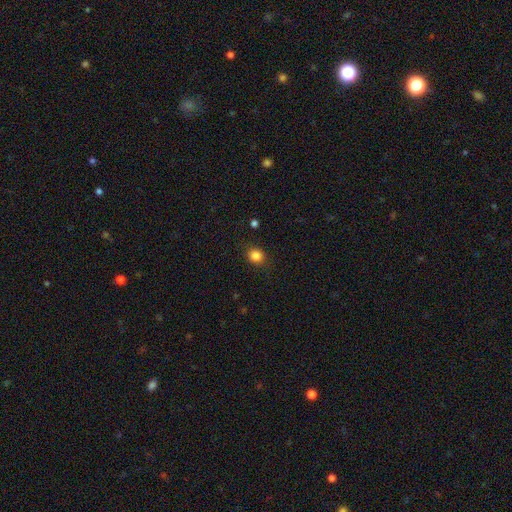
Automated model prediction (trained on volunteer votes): Smooth or featured? smooth (84%)
How rounded? round (77%)
Merging? none (86%)